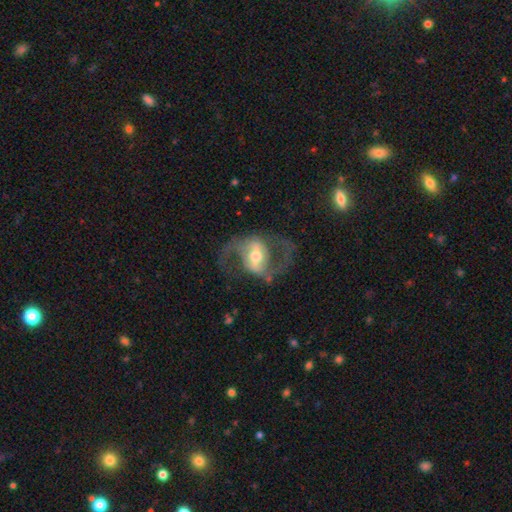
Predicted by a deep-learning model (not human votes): Smooth or featured: featured or disk — 84% (smooth — 11%)
Edge-on disk: no — 95% (yes — 5%)
Bar: strong — 49% (weak — 35%)
Spiral arms: yes — 85% (no — 15%)
Spiral winding: medium — 49% (loose — 41%)
Spiral arm count: 2 — 91% (can't tell — 4%)
Bulge size: moderate — 64% (small — 21%)
Merging: none — 68% (major disturbance — 17%)